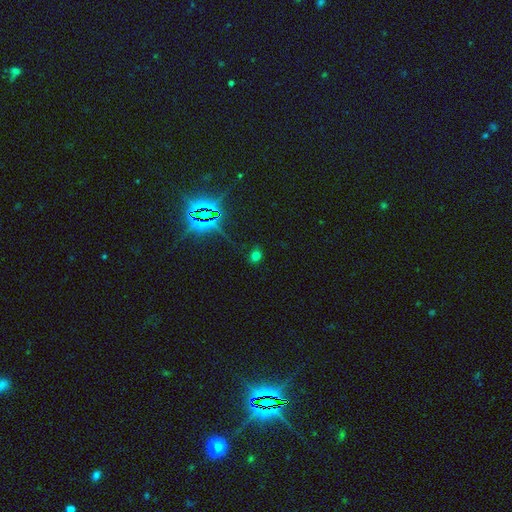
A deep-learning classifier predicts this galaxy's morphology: The model was most divided on "smooth or featured": smooth: 56%, star or artifact: 37%, featured or disk: 8%. More confident: merging — none (82%); how rounded — in between (59%).